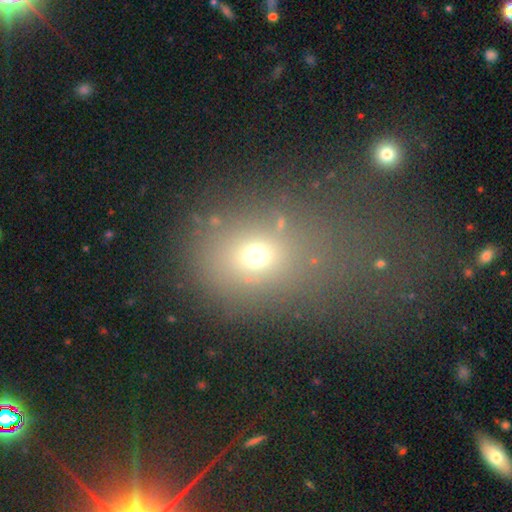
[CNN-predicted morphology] Overall: smooth (66%). How rounded: round (54%; in between 44%). Merging: none (55%; merger 16%).